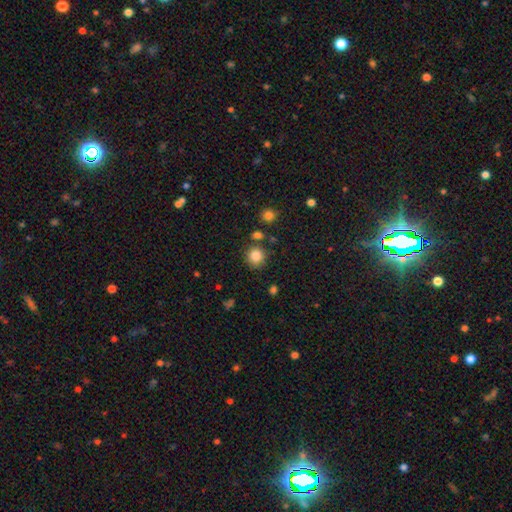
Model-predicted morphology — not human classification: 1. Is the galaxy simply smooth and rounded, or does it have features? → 85% smooth, 11% star or artifact, 4% featured or disk.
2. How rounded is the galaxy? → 89% round, 10% in between, 1% cigar-shaped.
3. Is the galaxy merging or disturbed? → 80% none, 10% minor disturbance, 7% merger, 3% major disturbance.